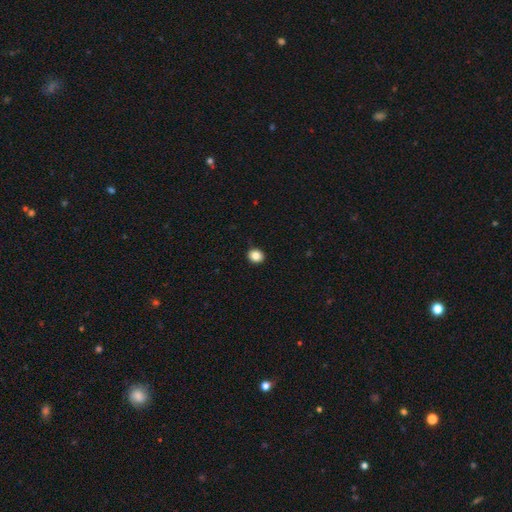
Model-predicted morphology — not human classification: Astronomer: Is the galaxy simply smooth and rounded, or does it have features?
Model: smooth — 85%.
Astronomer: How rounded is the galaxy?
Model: round — 77%.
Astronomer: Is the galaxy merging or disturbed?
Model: none — 92%.